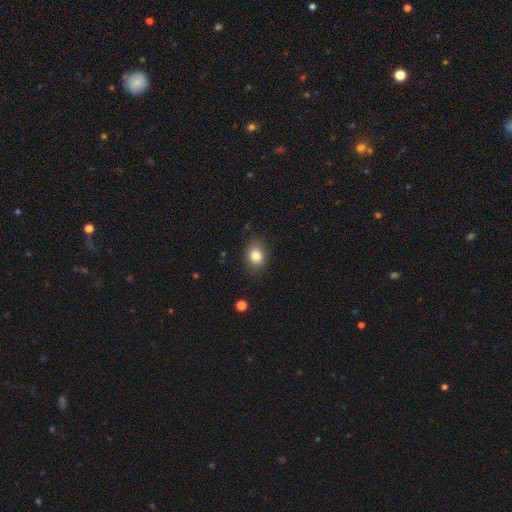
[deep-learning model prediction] Overall: smooth (82%). How rounded: round (55%; in between 44%). Merging: none (84%).